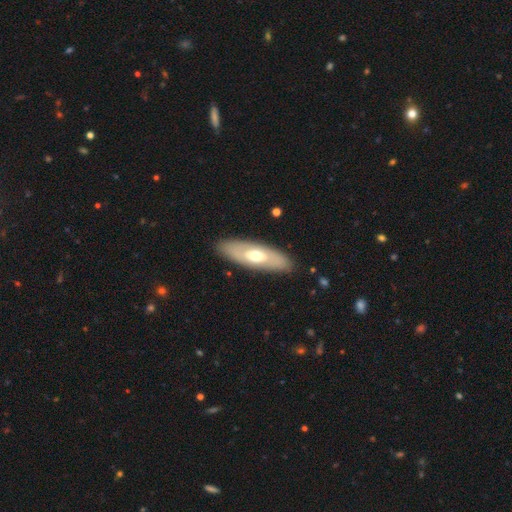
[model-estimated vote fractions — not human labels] Smooth or featured? smooth (52%)
How rounded? in between (66%)
Merging? none (87%)